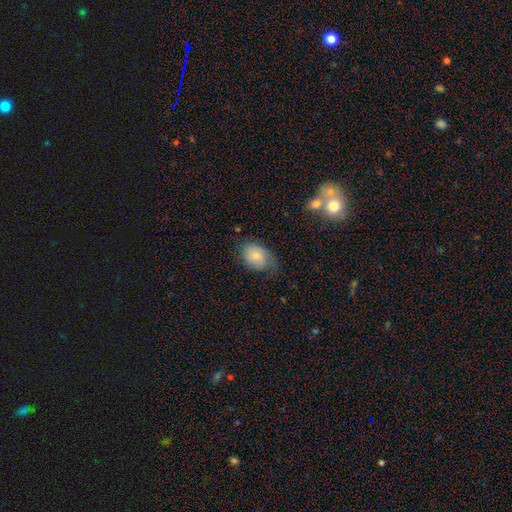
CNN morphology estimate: A smooth galaxy with no disk features (80%) that is in between round and cigar-shaped (75%).

Vote fractions:
- Smooth or featured? smooth: 80% / featured or disk: 12% / star or artifact: 8%
- How rounded? in between: 75% / round: 24% / cigar-shaped: 1%
- Merging? none: 56% / minor disturbance: 32% / major disturbance: 10% / merger: 2%